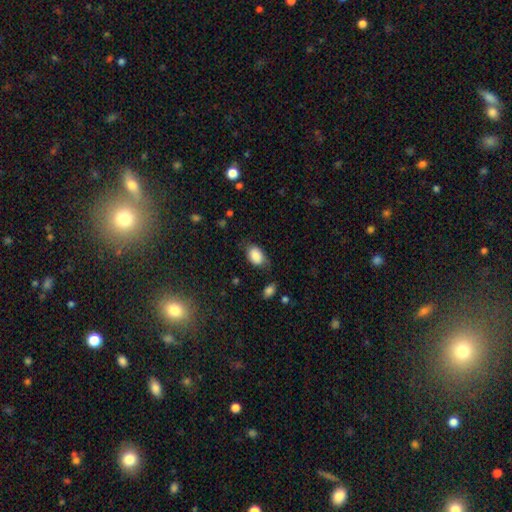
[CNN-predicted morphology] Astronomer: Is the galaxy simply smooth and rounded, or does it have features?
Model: smooth — 80%.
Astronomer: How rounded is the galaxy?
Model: in between — 85%.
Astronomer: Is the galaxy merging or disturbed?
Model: none — 57%.